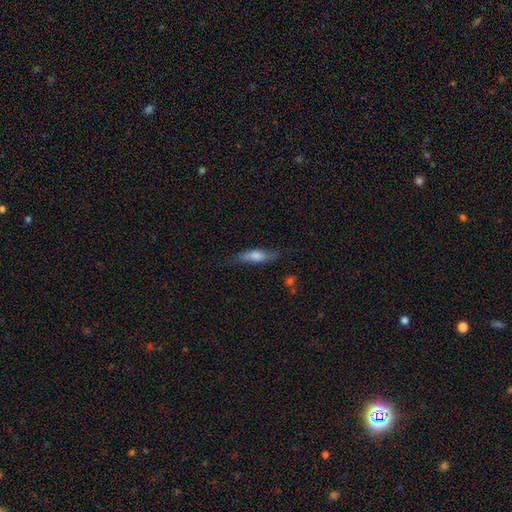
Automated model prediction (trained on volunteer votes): The model was most divided on "smooth or featured": smooth: 49%, featured or disk: 42%, star or artifact: 9%. More confident: merging — none (71%).